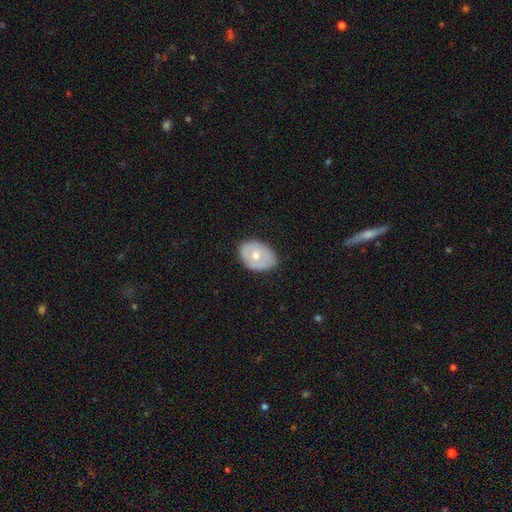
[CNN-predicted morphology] Smooth or featured? Predicted: smooth (p=0.53). How rounded? Predicted: in between (p=0.73). Merging? Predicted: none (p=0.68).